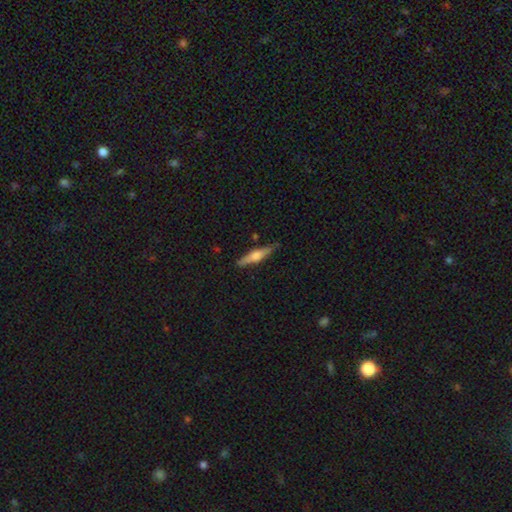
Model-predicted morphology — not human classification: Smooth or featured? Predicted: featured or disk (p=0.56). Edge-on disk? Predicted: yes (p=0.96). Edge-on bulge? Predicted: rounded (p=0.85). Merging? Predicted: none (p=0.86).